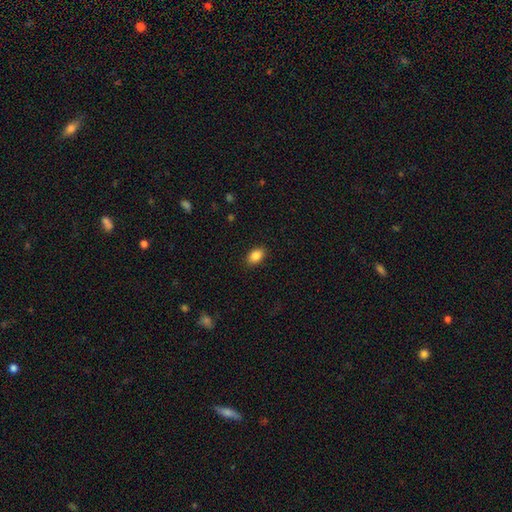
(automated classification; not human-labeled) smooth_or_featured: smooth (p=0.87) [alt: star or artifact p=0.08]
how_rounded: in between (p=0.85) [alt: round p=0.14]
merging: none (p=0.89) [alt: minor disturbance p=0.08]